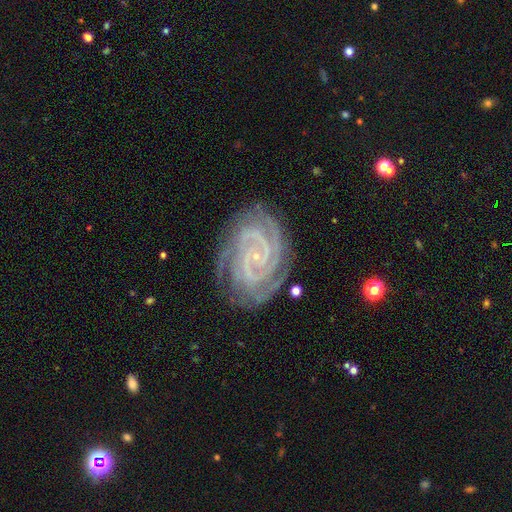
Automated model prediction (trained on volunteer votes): Morphology: type=featured or disk (91%); edge-on=no (98%); bar=no (57%); spiral arms=yes (99%); winding=tight (83%); arm count=3 (27%); bulge=small (87%); merging=none (79%).